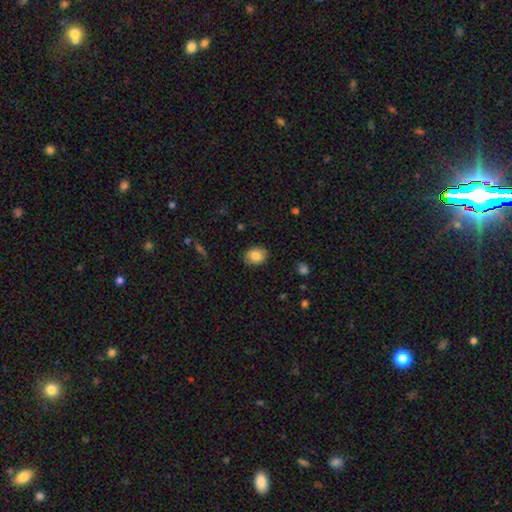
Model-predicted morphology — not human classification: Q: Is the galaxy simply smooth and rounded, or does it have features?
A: smooth — 85%.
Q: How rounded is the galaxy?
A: in between — 59%.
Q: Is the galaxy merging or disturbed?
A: none — 86%.